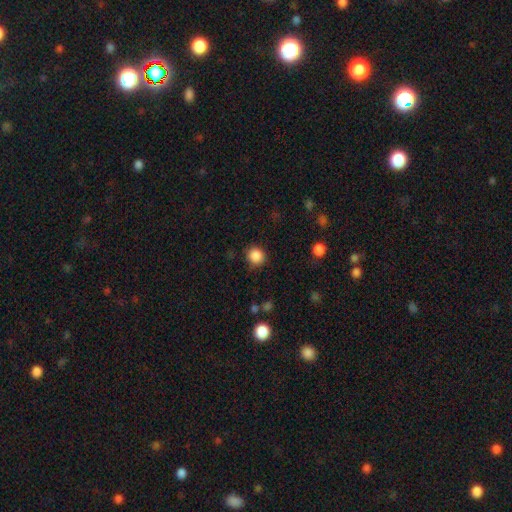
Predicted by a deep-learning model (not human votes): smooth_or_featured: smooth (p=0.87) [alt: star or artifact p=0.10]
how_rounded: round (p=0.91) [alt: in between p=0.08]
merging: none (p=0.86) [alt: minor disturbance p=0.09]